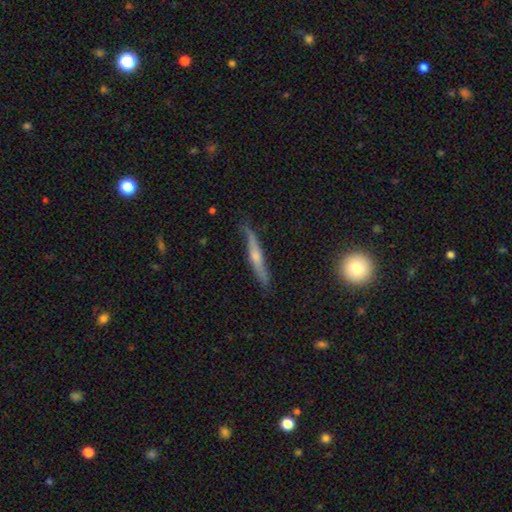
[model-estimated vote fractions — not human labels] This appears to be a featured or disk galaxy (64%) viewed edge-on (86%) with a rounded central bulge (74%). Merging: none (71%).